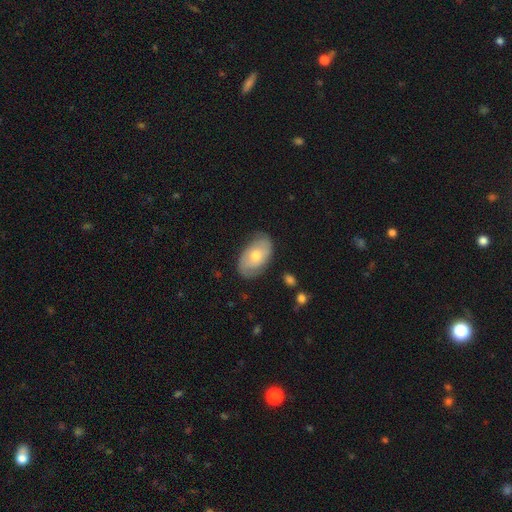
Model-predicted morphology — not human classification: Overall: smooth (51%; featured or disk 43%). How rounded: in between (91%). Merging: none (75%).